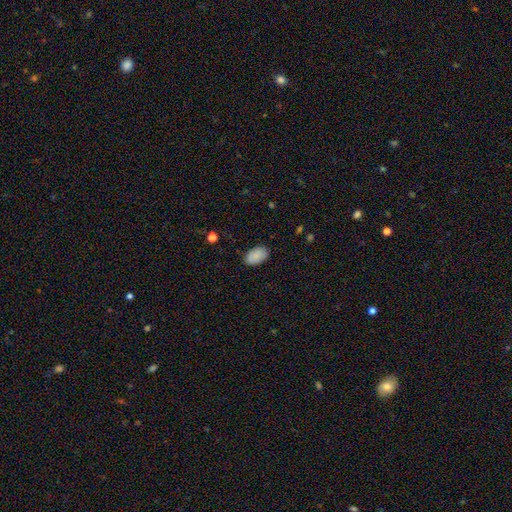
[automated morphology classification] Overall: smooth (89%). How rounded: in between (93%). Merging: none (86%).